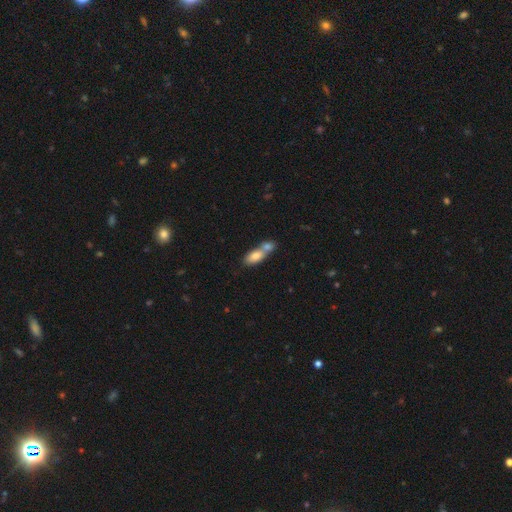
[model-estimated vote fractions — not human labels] smooth 77%, featured or disk 16%, star or artifact 8%. Down the decision tree: how rounded — in between (80%); merging — merger (64%).